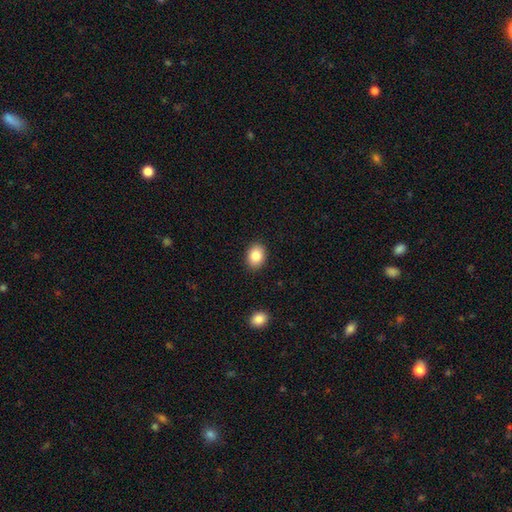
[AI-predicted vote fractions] Smooth or featured?
  - smooth: 85% *
  - star or artifact: 8%
  - featured or disk: 7%
How rounded?
  - in between: 66% *
  - round: 34%
  - cigar-shaped: 1%
Merging?
  - none: 89% *
  - minor disturbance: 7%
  - major disturbance: 2%
  - merger: 1%